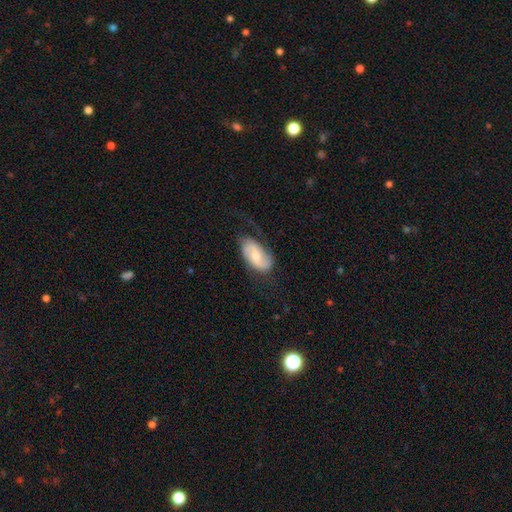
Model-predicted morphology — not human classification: This is possibly a featured or disk galaxy (50%). Merging: likely none (60%).